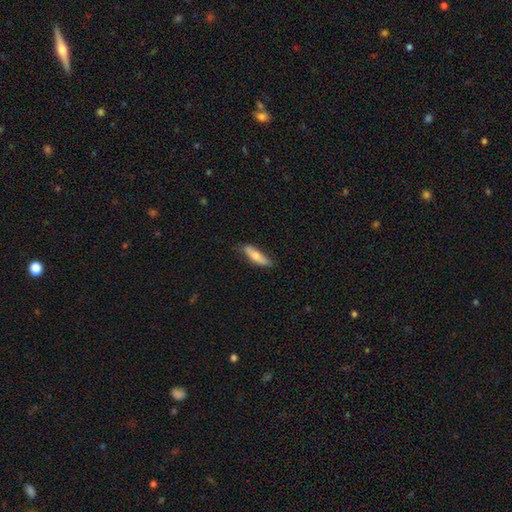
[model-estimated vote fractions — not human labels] Overall: smooth (72%). How rounded: cigar-shaped (59%; in between 39%). Merging: none (74%).